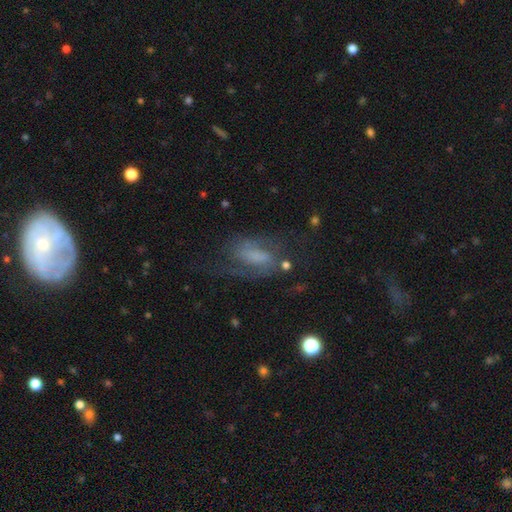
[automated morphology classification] smooth-or-featured: featured or disk: 68% | smooth: 21% | star or artifact: 11%
  disk-edge-on: no: 95% | yes: 5%
    bar: weak: 44% | no: 36% | strong: 20%
    has-spiral-arms: yes: 87% | no: 13%
      spiral-winding: medium: 47% | loose: 32% | tight: 21%
      spiral-arm-count: 2: 73% | can't tell: 13% | 1: 7% | 3: 3% | 4: 2% | more than 4: 2%
    bulge-size: none: 41% | small: 23% | moderate: 22% | large: 12% | dominant: 2%
  merging: none: 53% | major disturbance: 23% | minor disturbance: 20% | merger: 3%